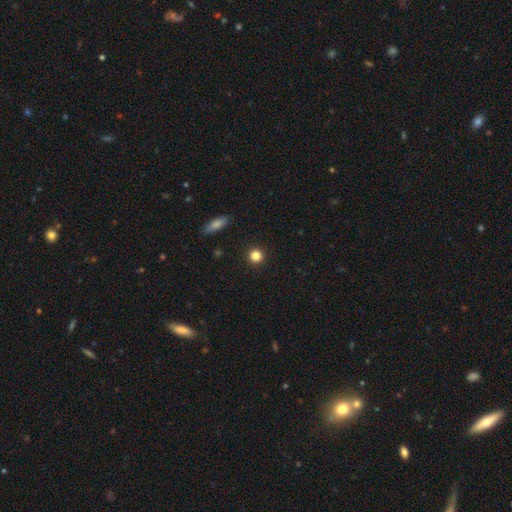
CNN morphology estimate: smooth-or-featured: smooth: 84% | star or artifact: 12% | featured or disk: 5%
  how-rounded: round: 94% | in between: 5% | cigar-shaped: 1%
  merging: none: 93% | minor disturbance: 4% | major disturbance: 2% | merger: 1%